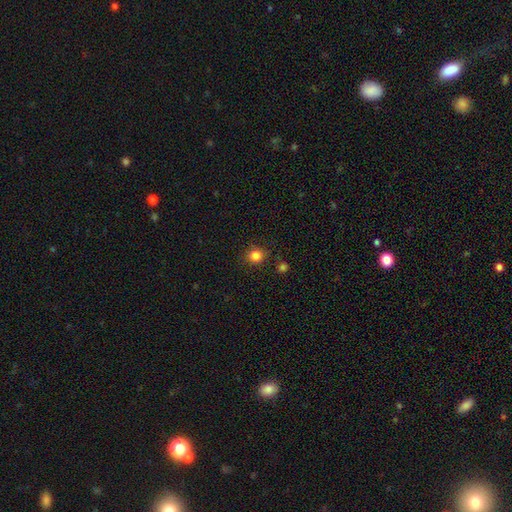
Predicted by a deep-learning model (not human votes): This appears to be a smooth galaxy with no disk features (83%) that is round (89%). Merging: none (85%).